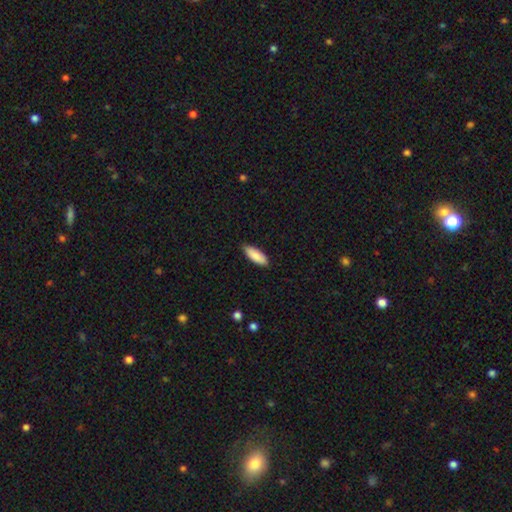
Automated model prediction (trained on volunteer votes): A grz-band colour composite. It shows a smooth galaxy with no disk features (88%) that is in between round and cigar-shaped (71%). Merging: none (86%).